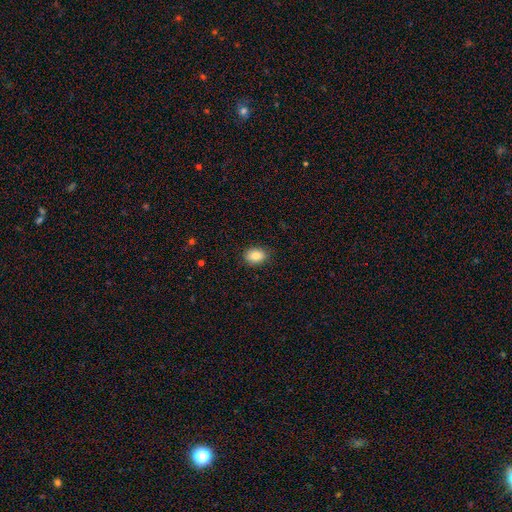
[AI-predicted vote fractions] Morphology: type=smooth (85%); roundness=in between (76%); merging=none (86%).